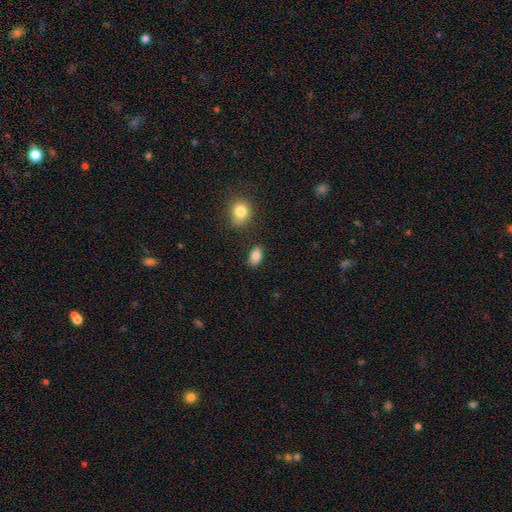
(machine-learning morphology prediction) Smooth or featured?
  - smooth: 84% *
  - star or artifact: 9%
  - featured or disk: 8%
How rounded?
  - in between: 87% *
  - round: 11%
  - cigar-shaped: 2%
Merging?
  - none: 80% *
  - minor disturbance: 13%
  - merger: 4%
  - major disturbance: 3%